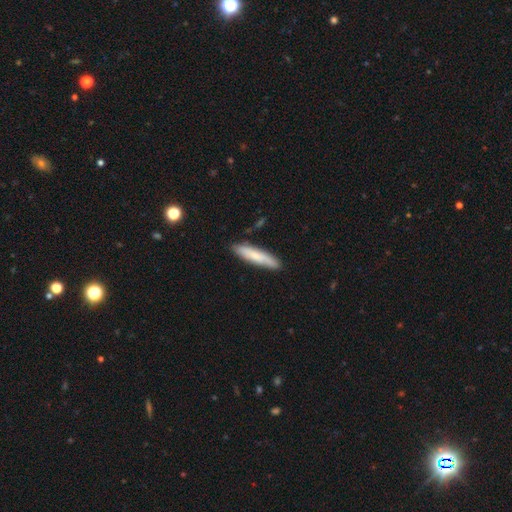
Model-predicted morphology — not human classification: The model was most divided on "smooth or featured": smooth: 72%, featured or disk: 22%, star or artifact: 6%. More confident: how rounded — cigar-shaped (86%); merging — none (84%).